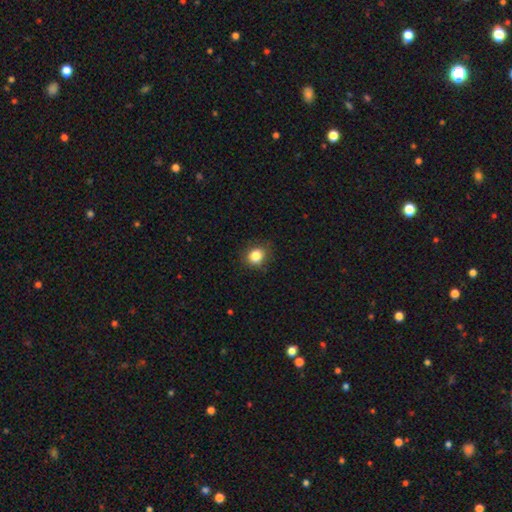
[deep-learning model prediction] A smooth galaxy with no disk features (84%) that is round (74%). Merging: none (83%).